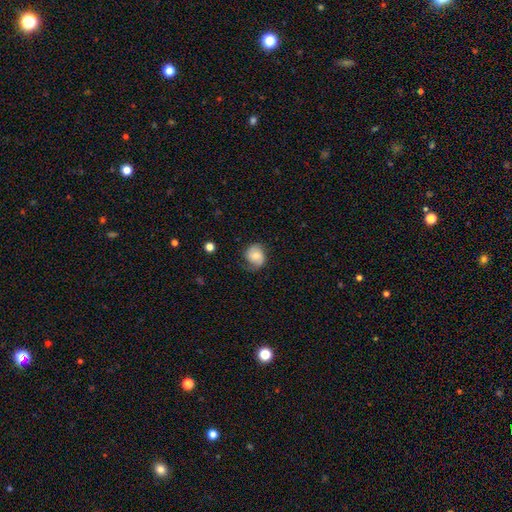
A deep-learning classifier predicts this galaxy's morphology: A smooth galaxy with no disk features (53%) that is round (66%).

Vote fractions:
- Smooth or featured? smooth: 53% / featured or disk: 39% / star or artifact: 8%
- How rounded? round: 66% / in between: 34% / cigar-shaped: 1%
- Merging? none: 61% / minor disturbance: 27% / major disturbance: 11% / merger: 1%